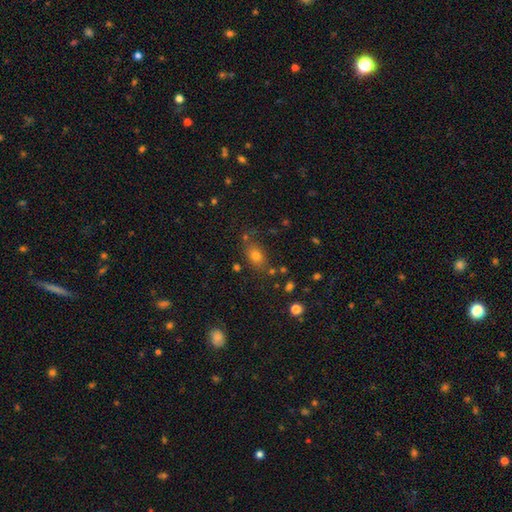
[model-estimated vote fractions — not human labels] Overall: smooth (71%). How rounded: in between (68%; round 30%). Merging: none (72%).